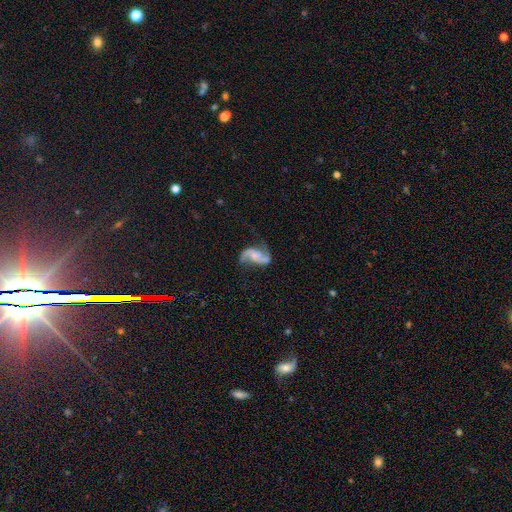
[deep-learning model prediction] Q: Smooth or featured?
A: featured or disk (85%); runner-up: smooth (9%)
Q: Edge-on disk?
A: no (98%); runner-up: yes (2%)
Q: Bar?
A: no (48%); runner-up: weak (35%)
Q: Spiral arms?
A: yes (96%); runner-up: no (4%)
Q: Spiral winding?
A: loose (67%); runner-up: medium (27%)
Q: Spiral arm count?
A: 2 (92%); runner-up: 1 (2%)
Q: Bulge size?
A: none (42%); runner-up: small (32%)
Q: Merging?
A: none (61%); runner-up: minor disturbance (19%)